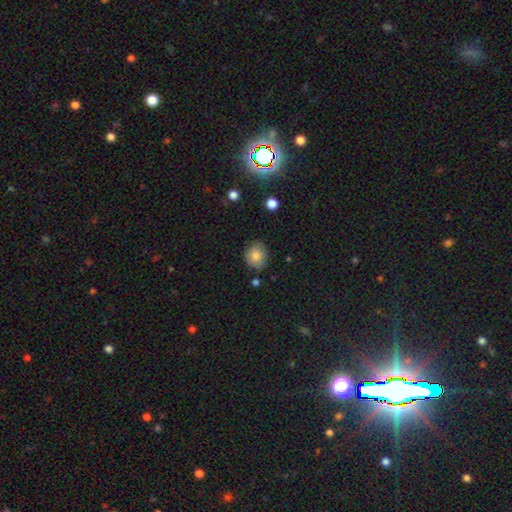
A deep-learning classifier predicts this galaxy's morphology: A smooth galaxy with no disk features (82%) that is round (62%). Merging: none (78%).